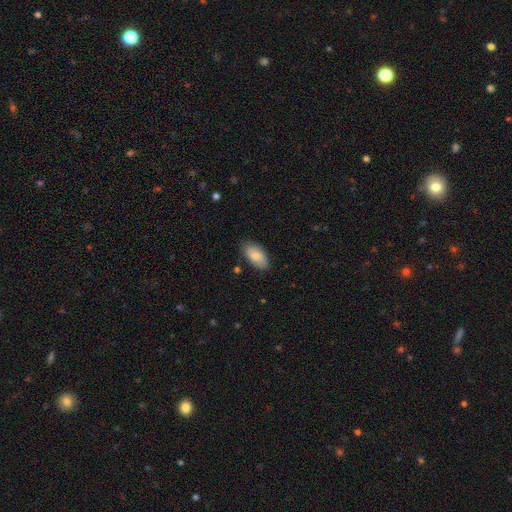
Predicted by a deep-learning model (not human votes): smooth_or_featured: smooth (p=0.83) [alt: featured or disk p=0.10]
how_rounded: in between (p=0.94) [alt: cigar-shaped p=0.03]
merging: none (p=0.82) [alt: minor disturbance p=0.14]